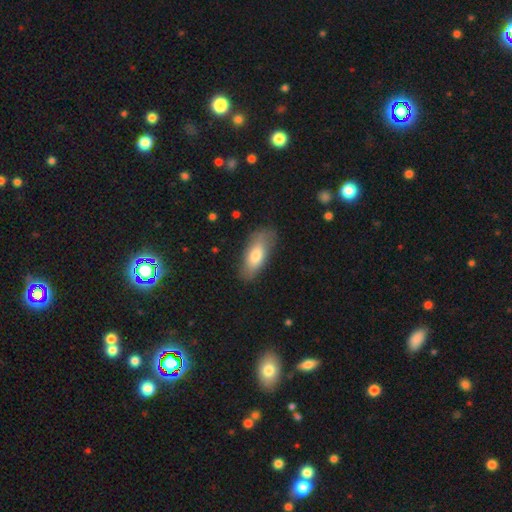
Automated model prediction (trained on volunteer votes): Q: Smooth or featured?
A: smooth (74%); runner-up: featured or disk (20%)
Q: How rounded?
A: in between (79%); runner-up: cigar-shaped (19%)
Q: Merging?
A: none (76%); runner-up: minor disturbance (18%)